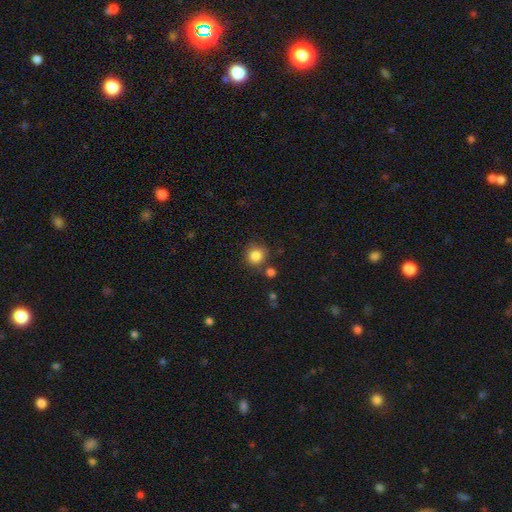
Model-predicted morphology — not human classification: Q: Smooth or featured?
A: smooth (84%); runner-up: star or artifact (10%)
Q: How rounded?
A: round (91%); runner-up: in between (8%)
Q: Merging?
A: none (75%); runner-up: minor disturbance (13%)